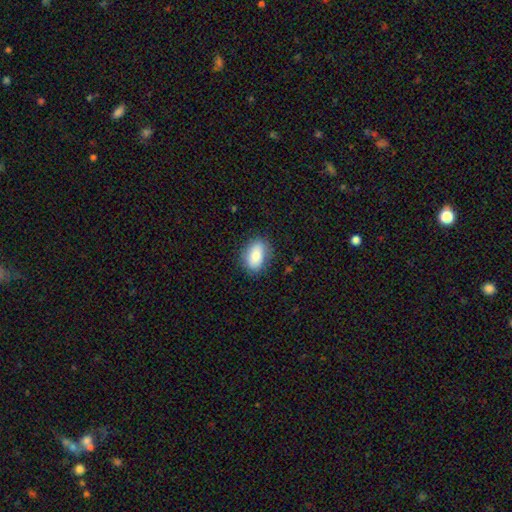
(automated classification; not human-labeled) This is likely a smooth galaxy (80%). How rounded: clearly in between (85%). Merging: clearly none (82%).